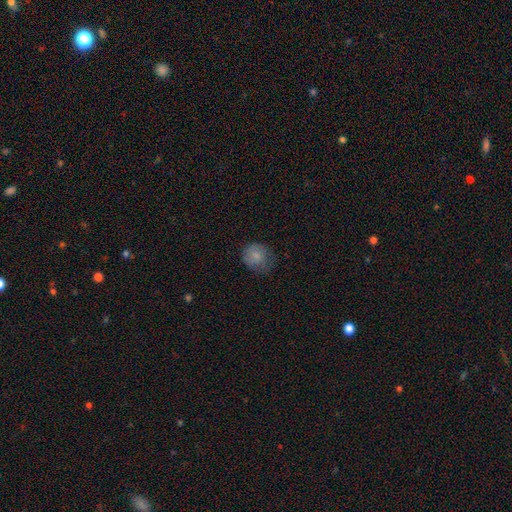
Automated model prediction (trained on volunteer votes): Smooth or featured? smooth (80%)
How rounded? round (74%)
Merging? none (60%)